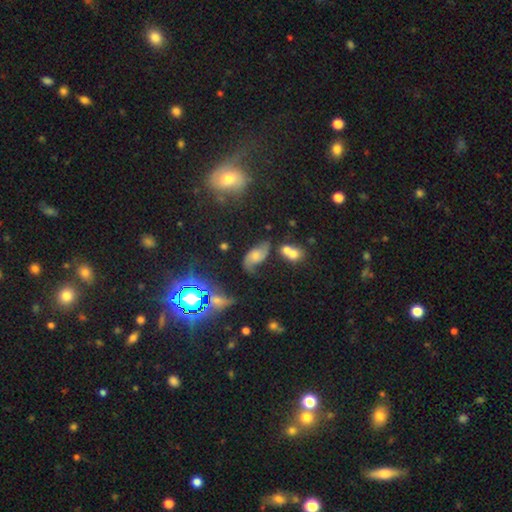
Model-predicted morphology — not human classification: Smooth or featured? Predicted: featured or disk (p=0.53). Edge-on disk? Predicted: no (p=0.93). Merging? Predicted: none (p=0.50).